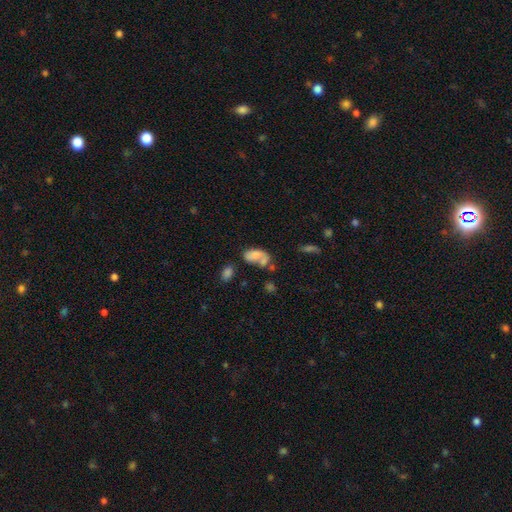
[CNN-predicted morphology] A smooth galaxy with no disk features (65%) that is in between round and cigar-shaped (90%).

Vote fractions:
- Smooth or featured? smooth: 65% / featured or disk: 24% / star or artifact: 10%
- How rounded? in between: 90% / round: 7% / cigar-shaped: 3%
- Merging? merger: 32% / none: 29% / major disturbance: 20% / minor disturbance: 20%